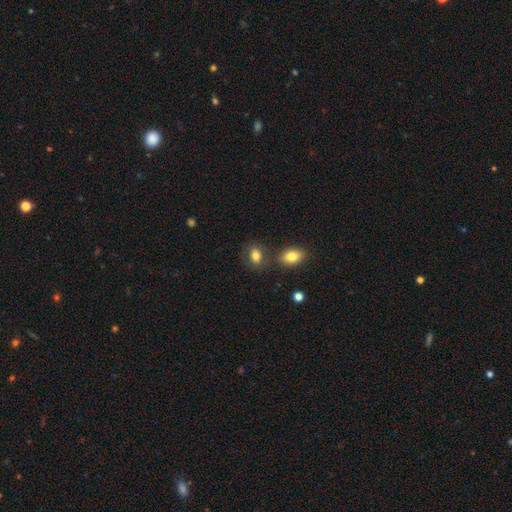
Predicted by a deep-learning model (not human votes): The model was most divided on "how rounded": in between: 73%, round: 25%, cigar-shaped: 2%. More confident: smooth or featured — smooth (81%); merging — none (69%).